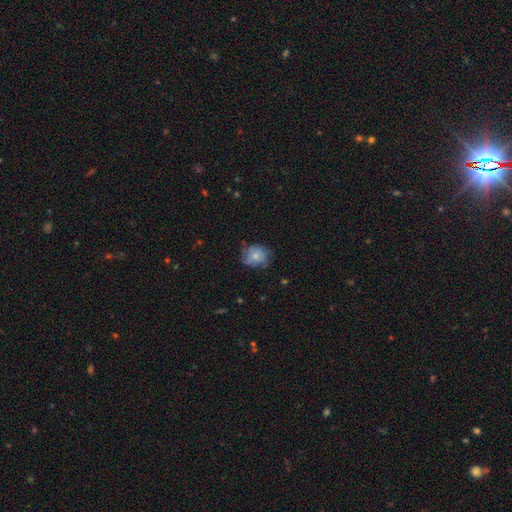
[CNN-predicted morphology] Smooth or featured? Predicted: smooth (p=0.62). How rounded? Predicted: round (p=0.67). Merging? Predicted: none (p=0.61).